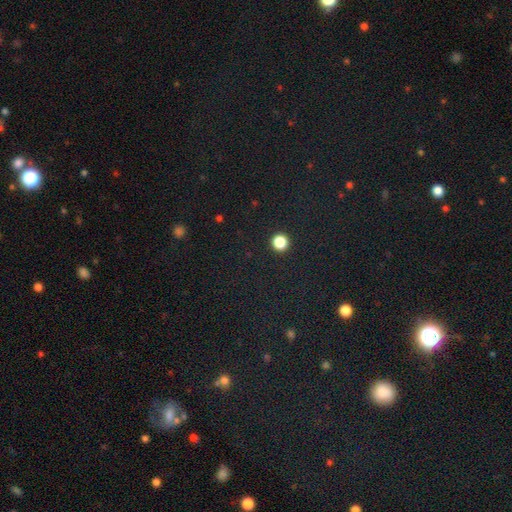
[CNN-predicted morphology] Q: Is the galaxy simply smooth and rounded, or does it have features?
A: star or artifact — 71%.